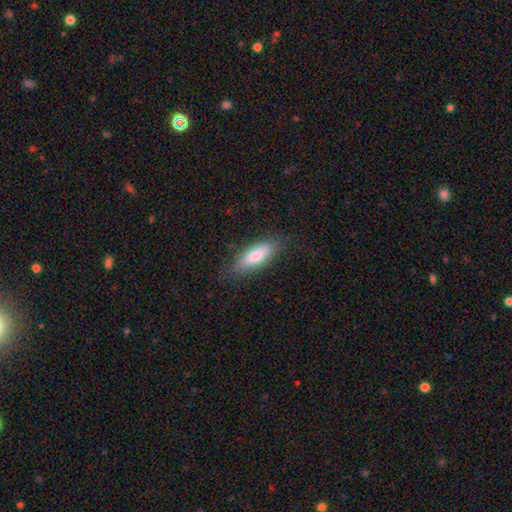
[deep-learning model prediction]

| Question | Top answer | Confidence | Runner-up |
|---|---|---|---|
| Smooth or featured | smooth | 75% | featured or disk (19%) |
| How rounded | in between | 60% | cigar-shaped (38%) |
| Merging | none | 78% | minor disturbance (16%) |